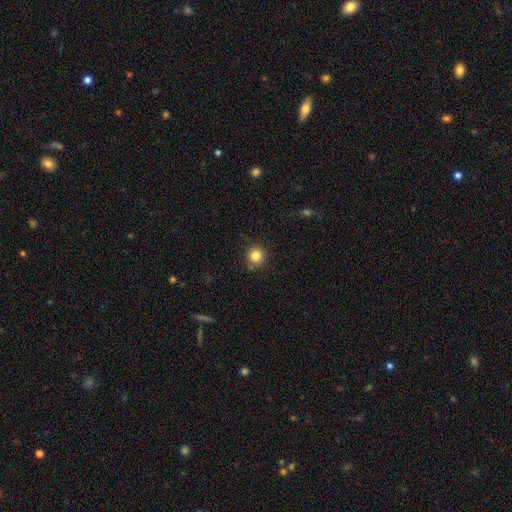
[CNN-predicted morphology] A smooth galaxy with no disk features (84%) that is round (92%).

Vote fractions:
- Smooth or featured? smooth: 84% / star or artifact: 11% / featured or disk: 5%
- How rounded? round: 92% / in between: 7% / cigar-shaped: 1%
- Merging? none: 87% / minor disturbance: 9% / major disturbance: 2% / merger: 1%